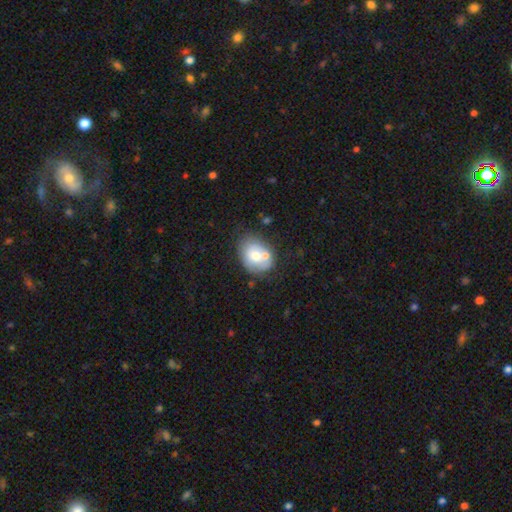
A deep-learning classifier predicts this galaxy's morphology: Q: Smooth or featured?
A: smooth (60%); runner-up: featured or disk (32%)
Q: How rounded?
A: in between (56%); runner-up: round (43%)
Q: Merging?
A: none (47%); runner-up: merger (29%)